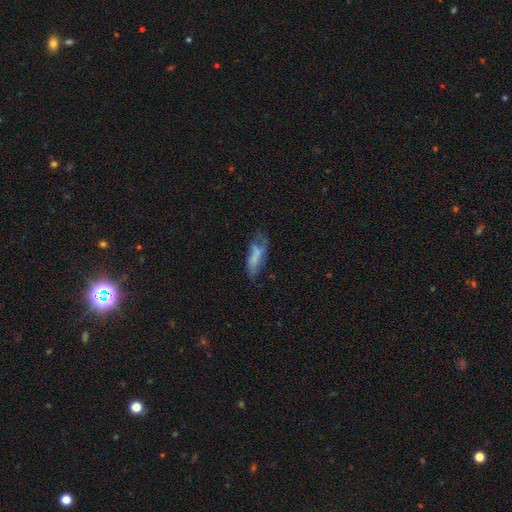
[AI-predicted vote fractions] Smooth or featured?
  - smooth: 55% *
  - featured or disk: 34%
  - star or artifact: 11%
How rounded?
  - in between: 64% *
  - cigar-shaped: 34%
  - round: 2%
Merging?
  - none: 38% *
  - minor disturbance: 29%
  - major disturbance: 27%
  - merger: 6%